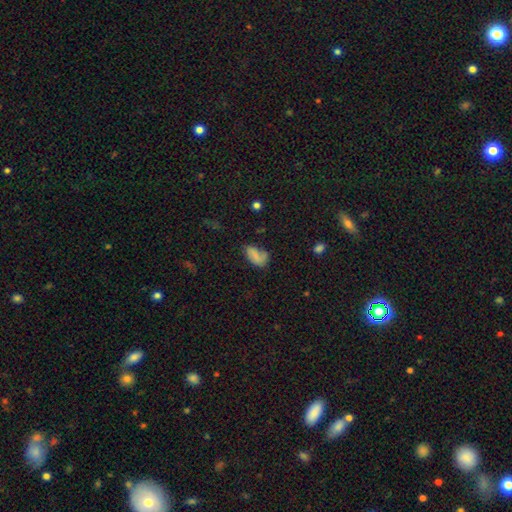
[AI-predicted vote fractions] smooth-or-featured: smooth: 68% | featured or disk: 21% | star or artifact: 11%
  how-rounded: in between: 90% | round: 7% | cigar-shaped: 3%
  merging: none: 47% | minor disturbance: 31% | major disturbance: 18% | merger: 5%